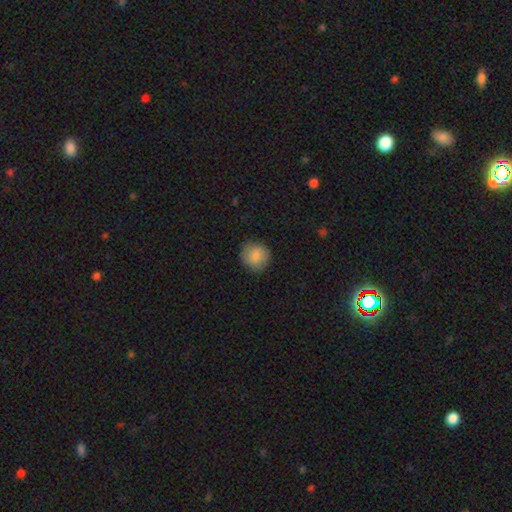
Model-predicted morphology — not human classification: A smooth galaxy with no disk features (85%) that is round (88%).

Vote fractions:
- Smooth or featured? smooth: 85% / star or artifact: 8% / featured or disk: 7%
- How rounded? round: 88% / in between: 11% / cigar-shaped: 1%
- Merging? none: 84% / minor disturbance: 12% / major disturbance: 3% / merger: 1%